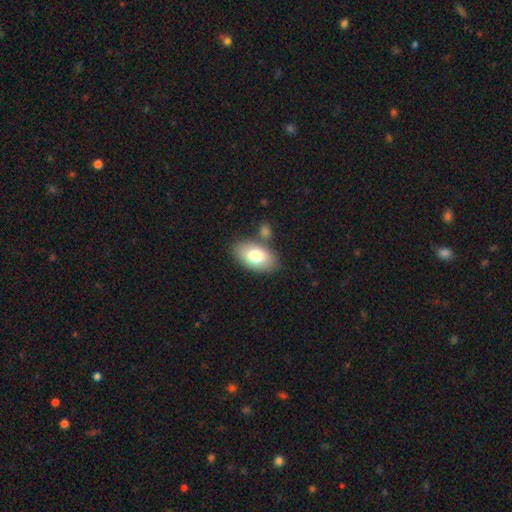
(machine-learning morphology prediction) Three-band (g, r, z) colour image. It shows a smooth galaxy with no disk features (75%) that is in between round and cigar-shaped (93%). Merging: none (72%).